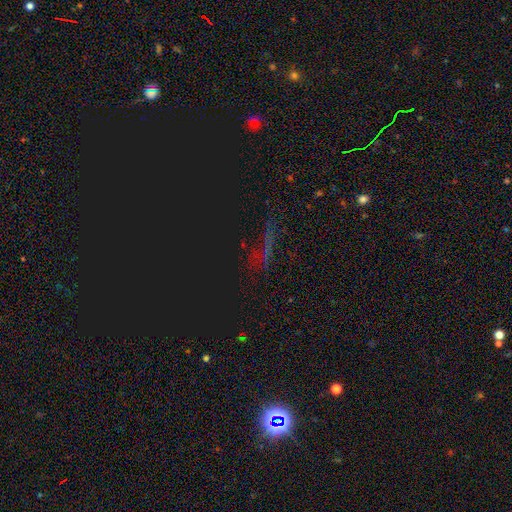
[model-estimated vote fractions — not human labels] Smooth or featured?
  - star or artifact: 74% *
  - smooth: 17%
  - featured or disk: 9%